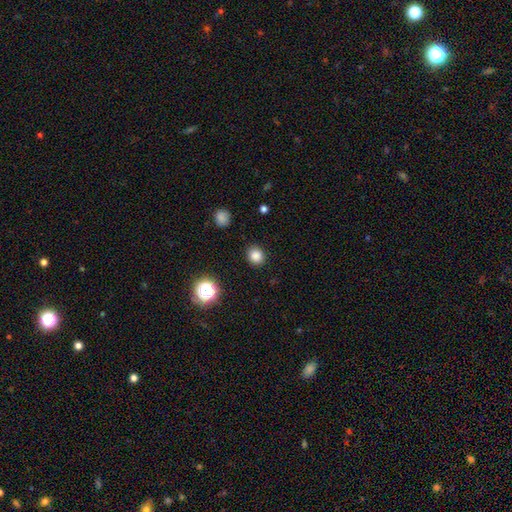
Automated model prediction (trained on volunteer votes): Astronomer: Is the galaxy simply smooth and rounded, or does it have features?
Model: smooth — 83%.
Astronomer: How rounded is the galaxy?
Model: round — 78%.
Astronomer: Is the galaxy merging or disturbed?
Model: none — 89%.